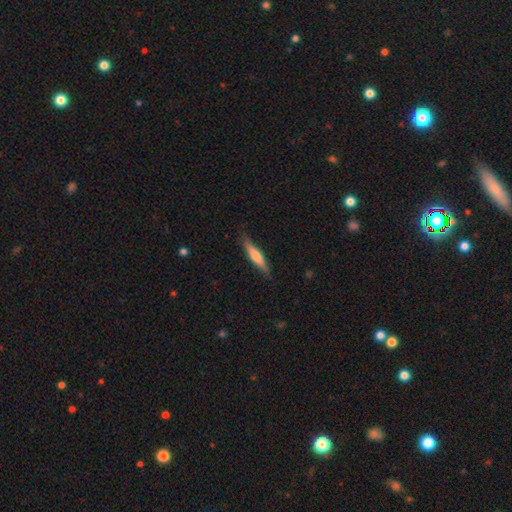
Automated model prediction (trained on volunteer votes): Overall: smooth (57%; featured or disk 37%). How rounded: cigar-shaped (84%). Merging: none (83%).